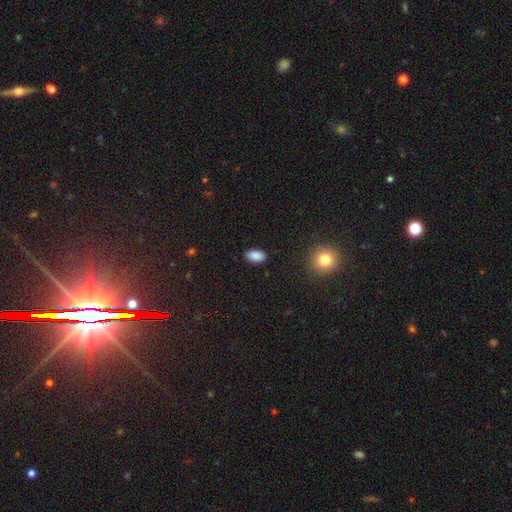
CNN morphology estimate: A smooth galaxy with no disk features (87%) that is in between round and cigar-shaped (93%). Merging: none (87%).